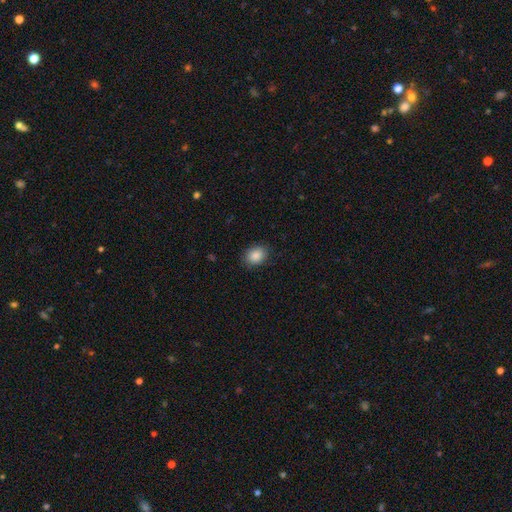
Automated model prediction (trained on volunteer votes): smooth_or_featured: smooth (p=0.88) [alt: star or artifact p=0.08]
how_rounded: in between (p=0.57) [alt: round p=0.42]
merging: none (p=0.85) [alt: minor disturbance p=0.12]